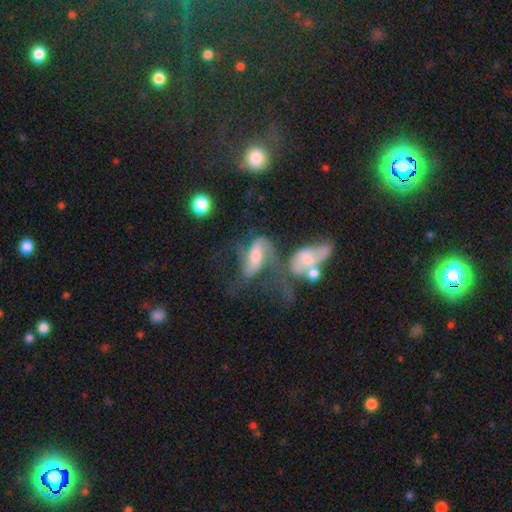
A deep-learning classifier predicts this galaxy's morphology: A featured or disk galaxy (60%) with no bar (39%), spiral arms (77%) and a moderate central bulge (51%).

Vote fractions:
- Smooth or featured? featured or disk: 60% / smooth: 29% / star or artifact: 11%
- Edge-on disk? no: 86% / yes: 14%
- Bar? no: 39% / weak: 36% / strong: 25%
- Spiral arms? yes: 77% / no: 23%
- Bulge size? moderate: 51% / small: 29% / large: 12% / none: 6% / dominant: 2%
- Merging? merger: 45% / major disturbance: 25% / none: 18% / minor disturbance: 11%